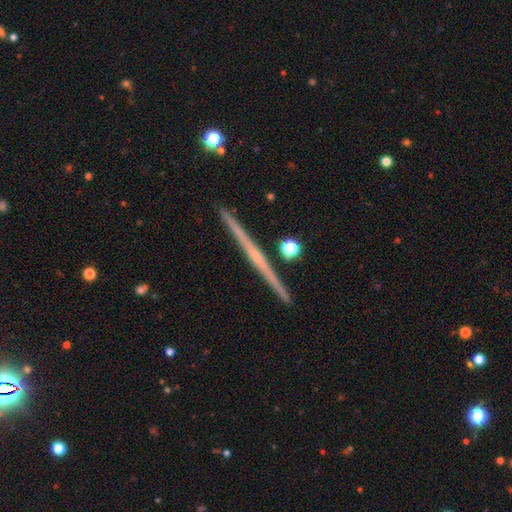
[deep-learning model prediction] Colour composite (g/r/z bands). It shows a featured or disk galaxy (75%) viewed edge-on (98%) with no central bulge (60%). Merging: none (92%).